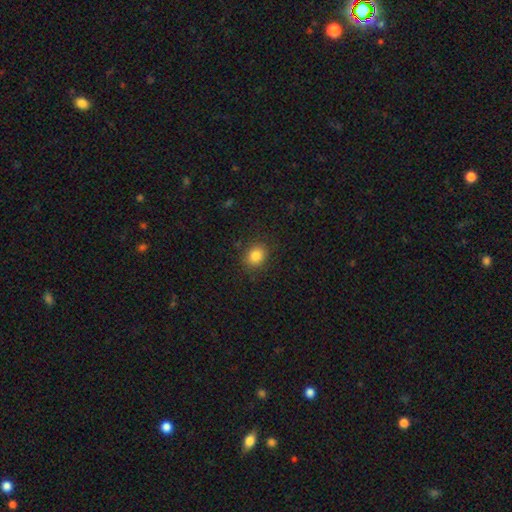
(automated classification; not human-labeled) This appears to be a smooth galaxy with no disk features (83%) that is round (64%). Merging: none (86%).